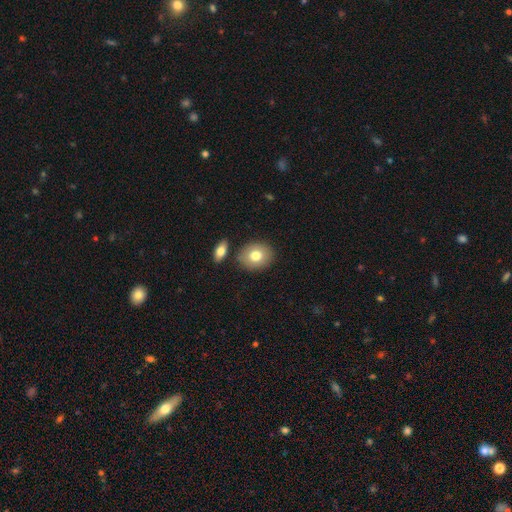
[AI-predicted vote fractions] The model was most divided on "how rounded": round: 53%, in between: 46%, cigar-shaped: 1%. More confident: merging — none (81%); smooth or featured — smooth (77%).